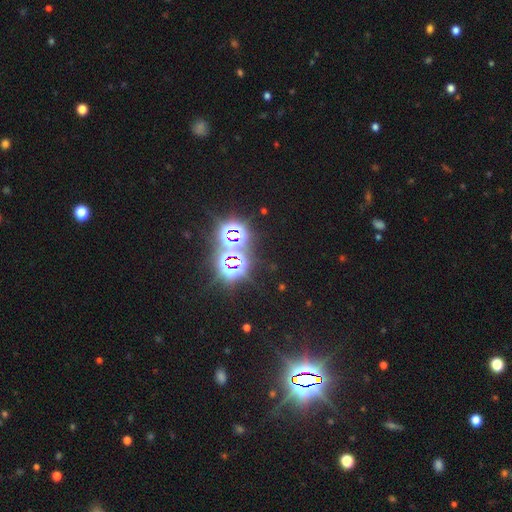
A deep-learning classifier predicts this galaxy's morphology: star or artifact 76%, smooth 17%, featured or disk 7%.